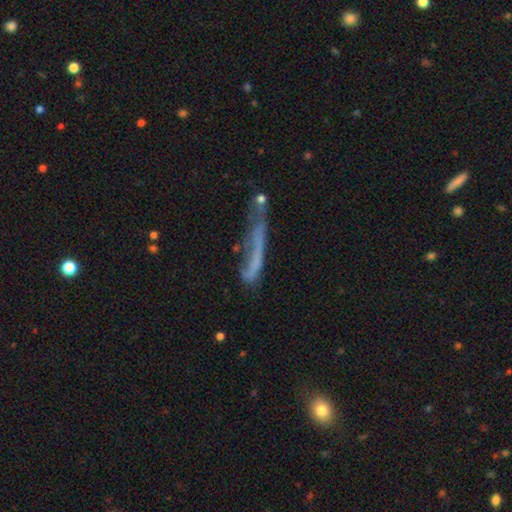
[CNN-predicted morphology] A smooth galaxy with no disk features (44%).

Vote fractions:
- Smooth or featured? smooth: 44% / featured or disk: 43% / star or artifact: 13%
- Merging? none: 40% / major disturbance: 26% / minor disturbance: 23% / merger: 11%